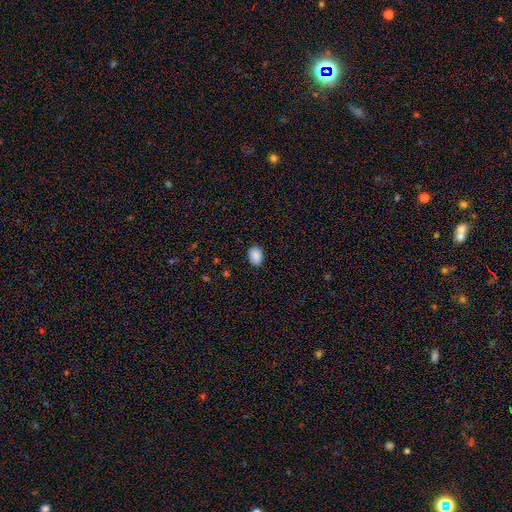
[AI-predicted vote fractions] Smooth or featured? Predicted: smooth (p=0.89). How rounded? Predicted: in between (p=0.74). Merging? Predicted: none (p=0.86).